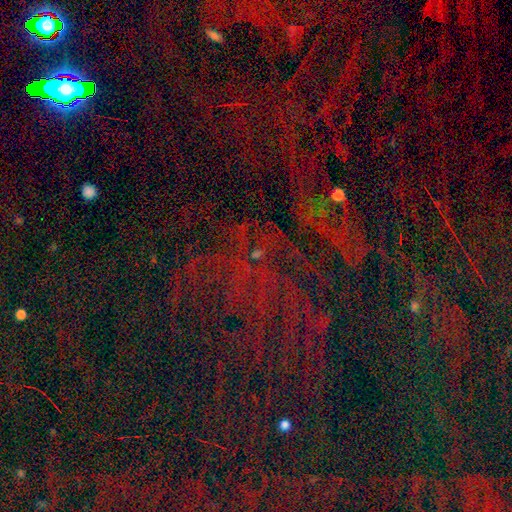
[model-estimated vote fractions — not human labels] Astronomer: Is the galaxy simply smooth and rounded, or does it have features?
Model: star or artifact — 79%.